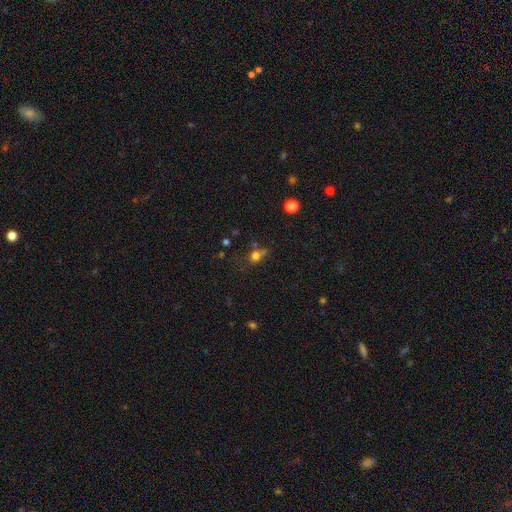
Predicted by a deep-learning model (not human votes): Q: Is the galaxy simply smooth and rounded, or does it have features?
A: smooth — 71%.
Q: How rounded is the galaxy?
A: round — 73%.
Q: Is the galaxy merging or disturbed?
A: none — 49%.